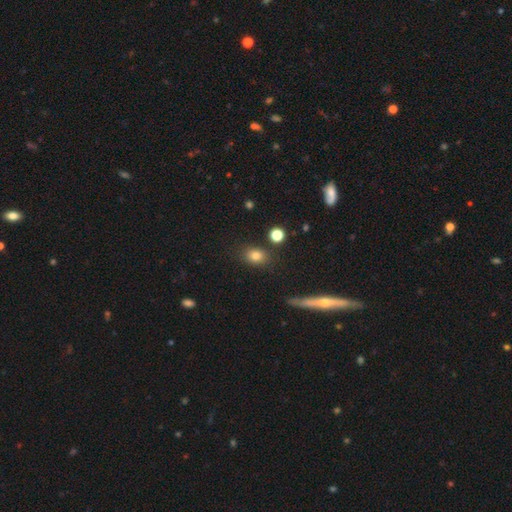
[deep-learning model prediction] smooth 80%, star or artifact 12%, featured or disk 8%. Down the decision tree: how rounded — in between (60%); merging — none (80%).